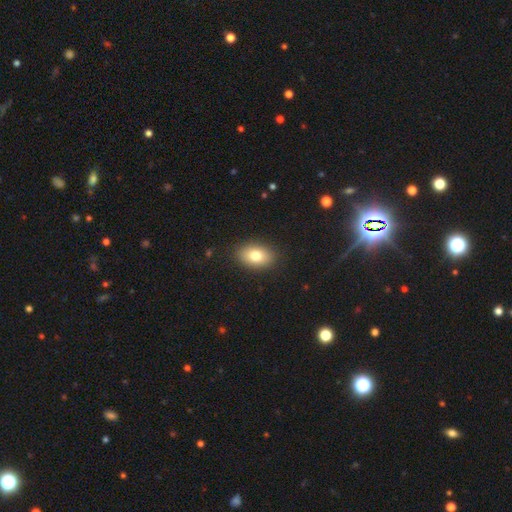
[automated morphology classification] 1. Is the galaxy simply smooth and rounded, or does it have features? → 78% smooth, 13% featured or disk, 9% star or artifact.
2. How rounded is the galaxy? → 85% in between, 14% round, 1% cigar-shaped.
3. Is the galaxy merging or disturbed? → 89% none, 8% minor disturbance, 2% major disturbance, 1% merger.